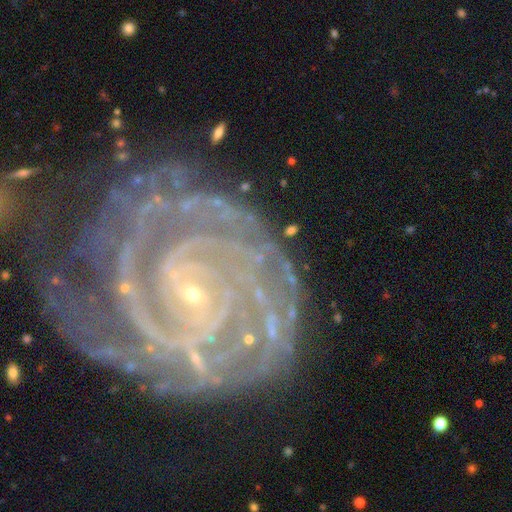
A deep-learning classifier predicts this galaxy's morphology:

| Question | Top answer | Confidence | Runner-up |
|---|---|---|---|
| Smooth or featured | featured or disk | 90% | star or artifact (7%) |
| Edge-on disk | no | 98% | yes (2%) |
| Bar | no | 41% | weak (34%) |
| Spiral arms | yes | 98% | no (2%) |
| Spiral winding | tight | 78% | medium (19%) |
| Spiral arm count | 2 | 21% | 4 (20%) |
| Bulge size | small | 85% | moderate (10%) |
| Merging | none | 70% | minor disturbance (18%) |